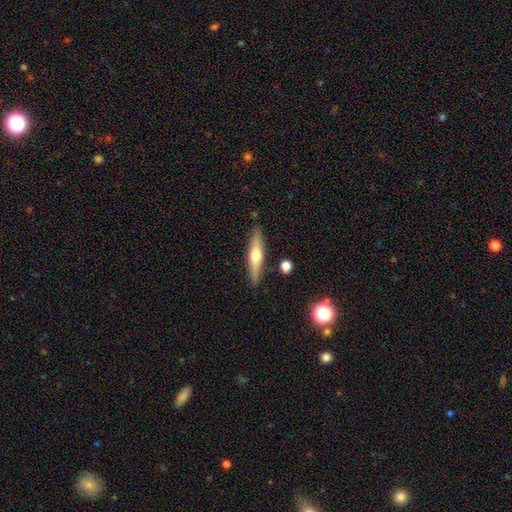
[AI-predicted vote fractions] featured or disk 51%, smooth 43%, star or artifact 6%. Down the decision tree: edge-on disk — yes (94%); merging — none (86%).